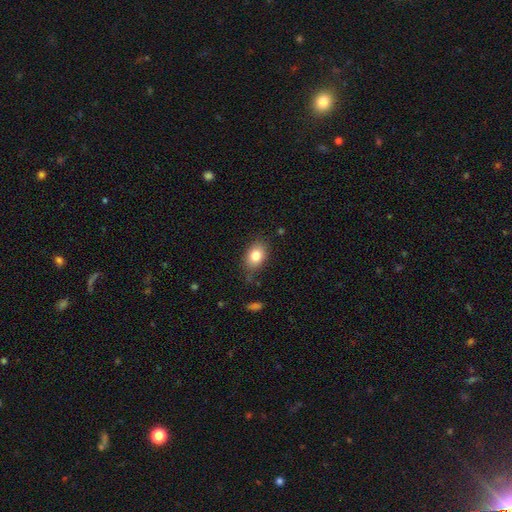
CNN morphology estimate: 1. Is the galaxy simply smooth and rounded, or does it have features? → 81% smooth, 10% featured or disk, 9% star or artifact.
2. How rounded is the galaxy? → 75% in between, 24% round, 1% cigar-shaped.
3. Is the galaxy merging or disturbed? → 78% none, 16% minor disturbance, 4% major disturbance, 2% merger.